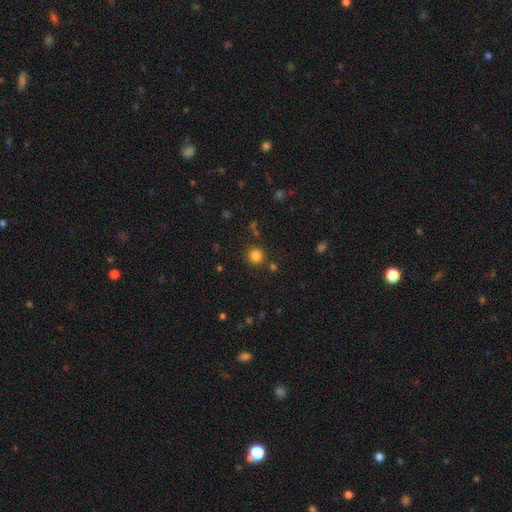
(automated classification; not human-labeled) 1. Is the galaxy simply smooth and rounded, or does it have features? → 82% smooth, 14% star or artifact, 5% featured or disk.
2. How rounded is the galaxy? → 91% round, 8% in between, 1% cigar-shaped.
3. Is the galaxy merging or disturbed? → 86% none, 7% minor disturbance, 5% merger, 3% major disturbance.